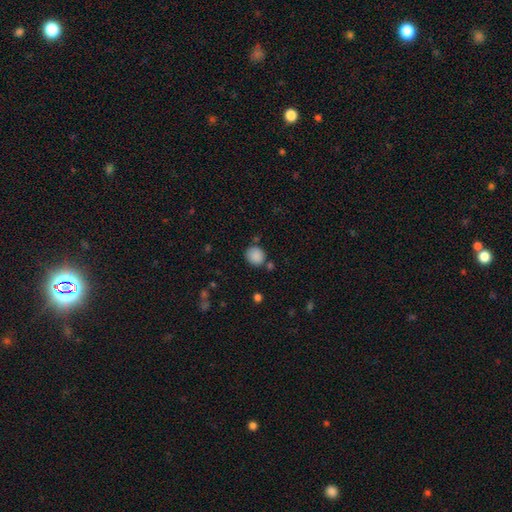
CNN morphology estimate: The model was most divided on "merging": none: 75%, minor disturbance: 14%, merger: 8%, major disturbance: 4%. More confident: smooth or featured — smooth (87%); how rounded — round (82%).